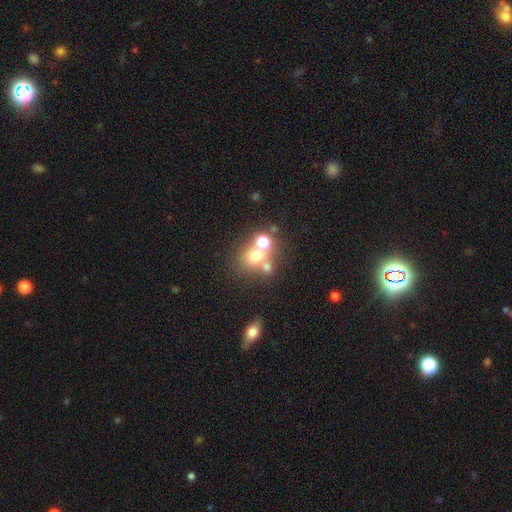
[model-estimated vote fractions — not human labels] smooth 58%, featured or disk 22%, star or artifact 20%. Down the decision tree: how rounded — round (73%); merging — merger (47%).